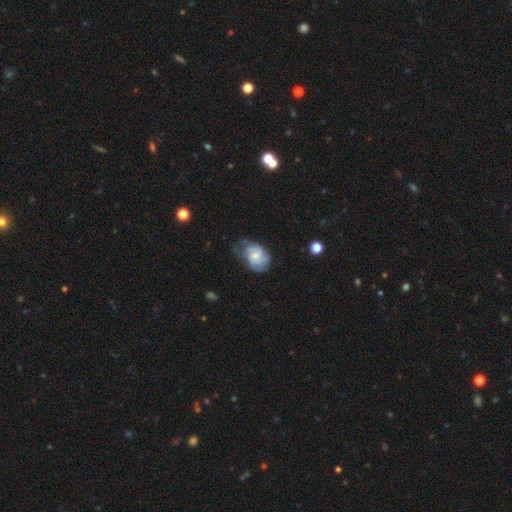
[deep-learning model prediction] Smooth or featured? Predicted: featured or disk (p=0.62). Edge-on disk? Predicted: no (p=0.97). Bar? Predicted: no (p=0.62). Spiral arms? Predicted: yes (p=0.83). Bulge size? Predicted: small (p=0.48). Merging? Predicted: none (p=0.47).